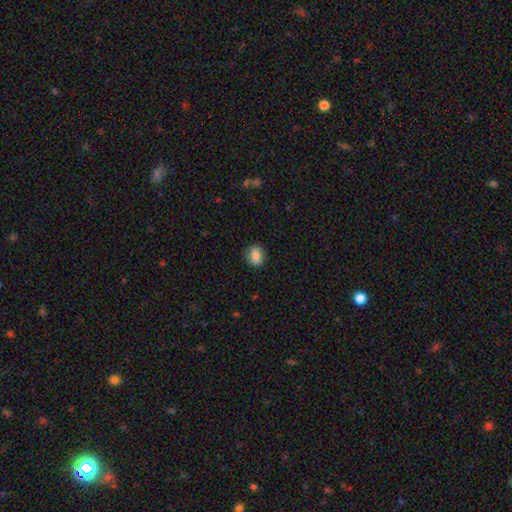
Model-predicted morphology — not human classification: Smooth or featured? smooth (82%)
How rounded? in between (50%)
Merging? none (83%)